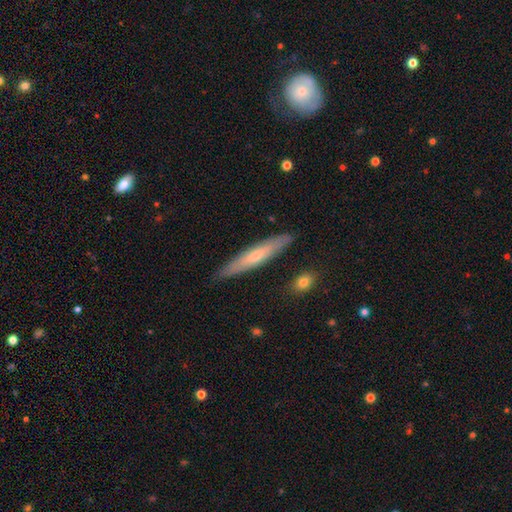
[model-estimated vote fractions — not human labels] Smooth or featured: smooth — 51% (featured or disk — 43%)
How rounded: cigar-shaped — 91% (in between — 8%)
Merging: none — 87% (minor disturbance — 10%)